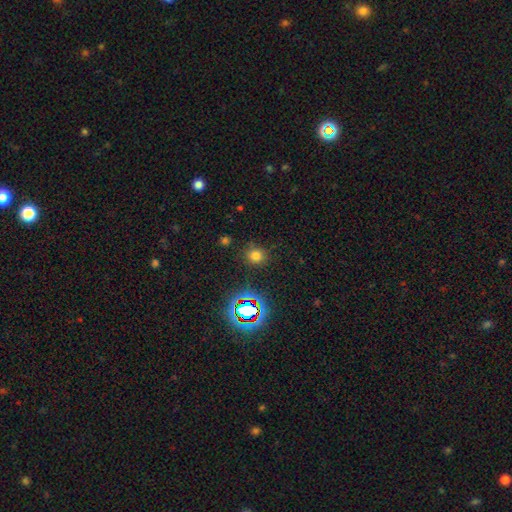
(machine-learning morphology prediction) Overall: smooth (69%). How rounded: round (88%). Merging: none (85%).